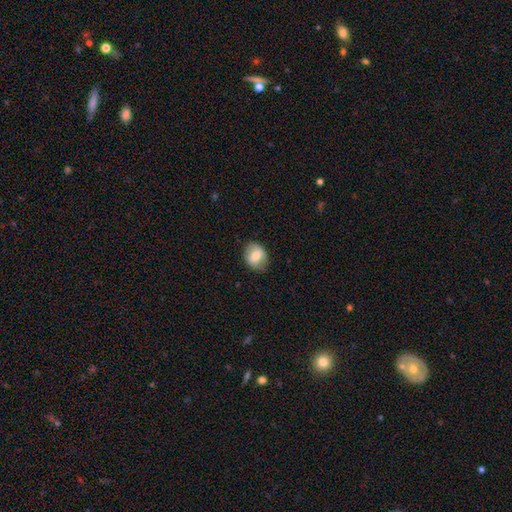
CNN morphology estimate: A smooth galaxy with no disk features (65%) that is in between round and cigar-shaped (57%).

Vote fractions:
- Smooth or featured? smooth: 65% / featured or disk: 27% / star or artifact: 8%
- How rounded? in between: 57% / round: 42% / cigar-shaped: 1%
- Merging? none: 81% / minor disturbance: 15% / major disturbance: 4% / merger: 1%